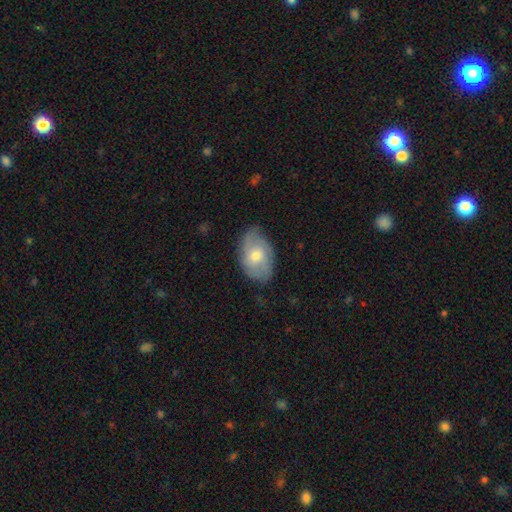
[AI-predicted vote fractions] smooth-or-featured: smooth: 52% | featured or disk: 41% | star or artifact: 7%
  how-rounded: in between: 87% | round: 12% | cigar-shaped: 1%
  merging: none: 69% | minor disturbance: 25% | major disturbance: 5% | merger: 1%